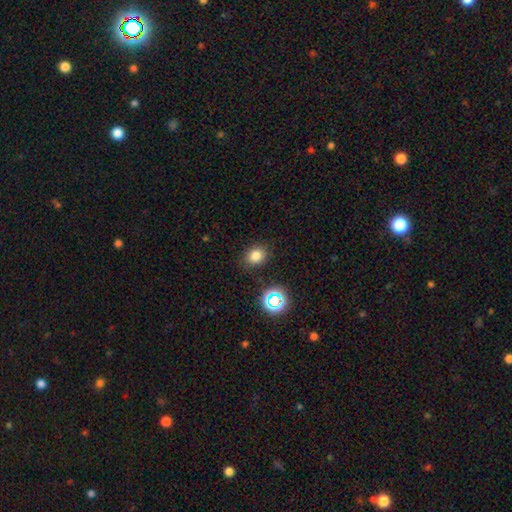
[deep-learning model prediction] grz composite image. It shows a smooth galaxy with no disk features (77%) that is round (64%). Merging: none (84%).